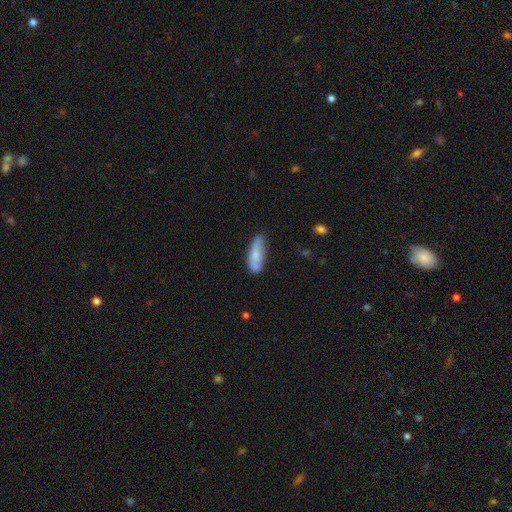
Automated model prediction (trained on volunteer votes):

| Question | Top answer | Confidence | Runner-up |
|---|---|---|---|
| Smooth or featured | smooth | 72% | featured or disk (22%) |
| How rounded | in between | 62% | cigar-shaped (36%) |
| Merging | none | 59% | minor disturbance (28%) |